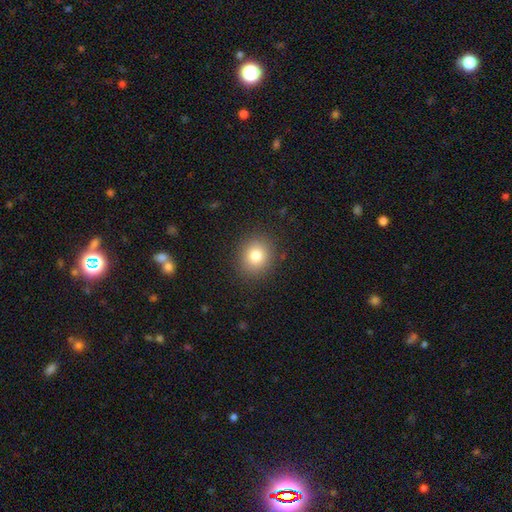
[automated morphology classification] This appears to be a smooth galaxy with no disk features (80%) that is round (77%). Merging: none (89%).